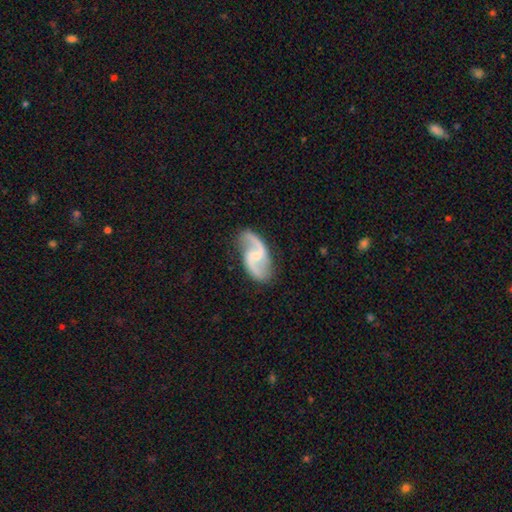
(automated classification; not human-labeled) The model was most divided on "bar": weak: 50%, no: 35%, strong: 15%. More confident: edge-on disk — no (98%); spiral arms — yes (97%); spiral arm count — 2 (94%); smooth or featured — featured or disk (91%); merging — none (81%); spiral winding — loose (62%); bulge size — small (59%).